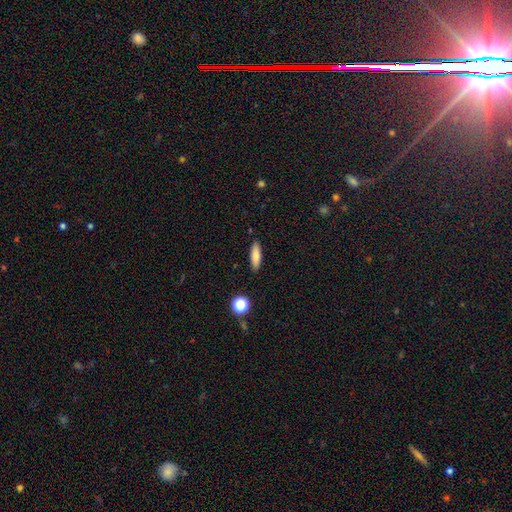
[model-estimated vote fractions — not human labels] Q: Smooth or featured?
A: smooth (80%); runner-up: featured or disk (12%)
Q: How rounded?
A: cigar-shaped (55%); runner-up: in between (43%)
Q: Merging?
A: none (88%); runner-up: minor disturbance (8%)